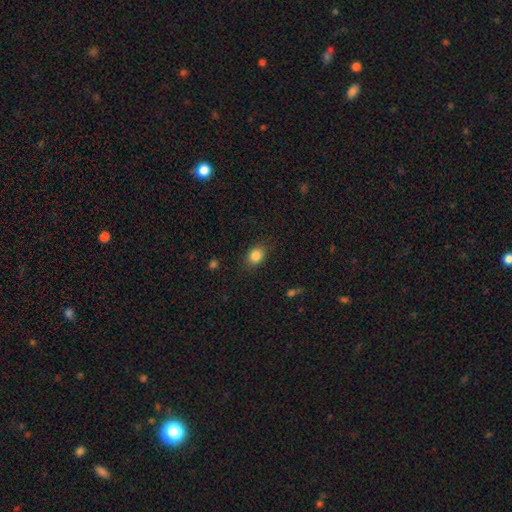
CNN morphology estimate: This is clearly a smooth galaxy (84%). How rounded: possibly in between (59%). Merging: clearly none (83%).